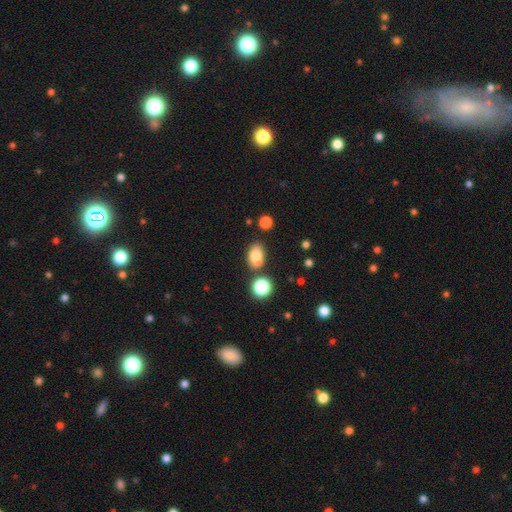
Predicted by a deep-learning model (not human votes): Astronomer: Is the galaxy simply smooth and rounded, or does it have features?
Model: smooth — 79%.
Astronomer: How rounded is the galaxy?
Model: in between — 82%.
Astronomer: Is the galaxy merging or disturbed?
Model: none — 70%.